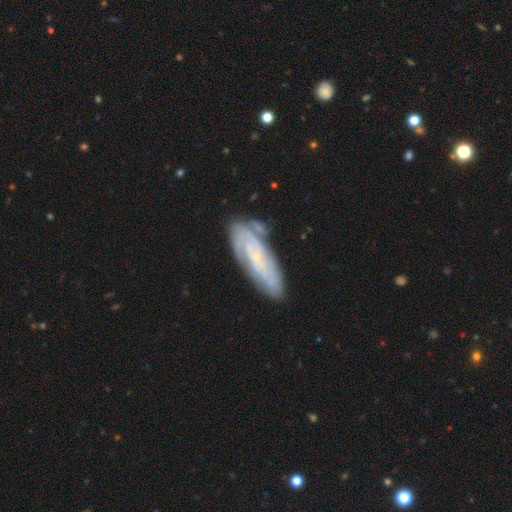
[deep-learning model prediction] Smooth or featured: featured or disk — 69% (smooth — 23%)
Edge-on disk: no — 84% (yes — 16%)
Bar: no — 64% (weak — 28%)
Spiral arms: yes — 82% (no — 18%)
Bulge size: small — 79% (moderate — 12%)
Merging: none — 68% (minor disturbance — 19%)